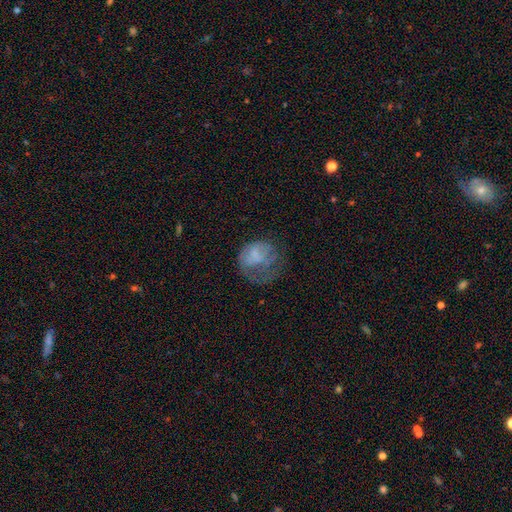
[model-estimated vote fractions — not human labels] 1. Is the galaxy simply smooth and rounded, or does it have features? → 54% smooth, 36% featured or disk, 10% star or artifact.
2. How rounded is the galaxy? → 57% round, 42% in between, 1% cigar-shaped.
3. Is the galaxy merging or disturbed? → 50% major disturbance, 25% none, 23% minor disturbance, 2% merger.